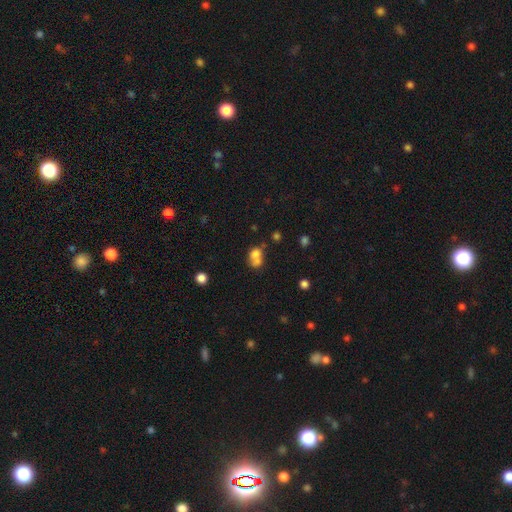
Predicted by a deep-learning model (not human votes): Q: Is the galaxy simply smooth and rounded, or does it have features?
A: smooth — 71%.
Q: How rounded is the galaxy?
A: round — 52%.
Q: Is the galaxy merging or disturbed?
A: merger — 58%.